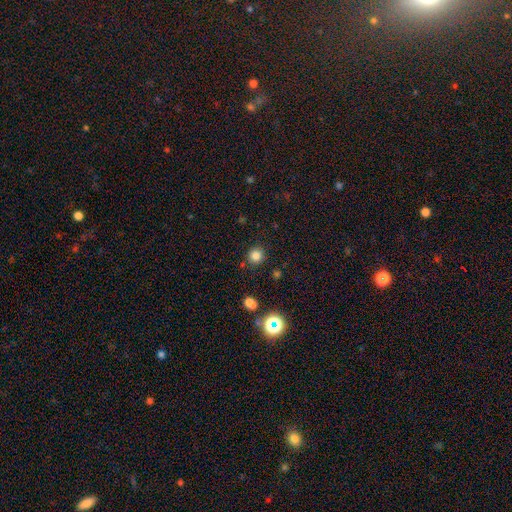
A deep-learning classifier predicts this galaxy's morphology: The model was most divided on "smooth or featured": smooth: 80%, star or artifact: 15%, featured or disk: 5%. More confident: how rounded — round (93%); merging — none (88%).